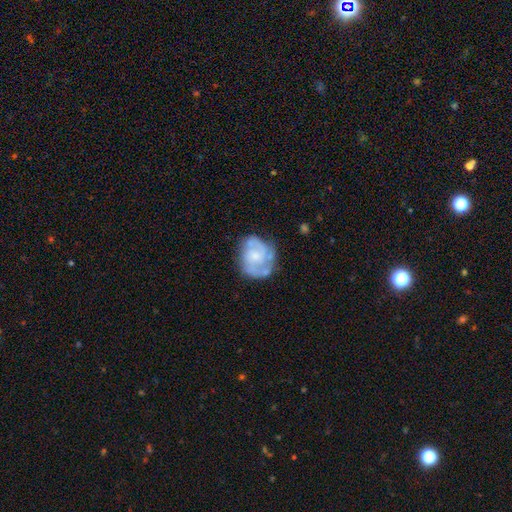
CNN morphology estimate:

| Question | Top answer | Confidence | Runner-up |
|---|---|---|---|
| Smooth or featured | featured or disk | 75% | smooth (20%) |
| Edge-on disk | no | 98% | yes (2%) |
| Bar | no | 66% | weak (29%) |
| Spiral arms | yes | 86% | no (14%) |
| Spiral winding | medium | 43% | tight (42%) |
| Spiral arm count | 2 | 54% | can't tell (20%) |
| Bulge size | small | 46% | moderate (33%) |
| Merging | none | 62% | minor disturbance (22%) |